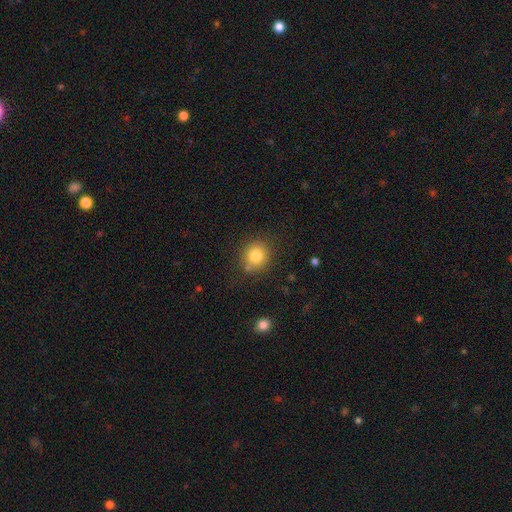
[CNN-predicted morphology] Q: Smooth or featured?
A: smooth (80%); runner-up: star or artifact (11%)
Q: How rounded?
A: round (88%); runner-up: in between (11%)
Q: Merging?
A: none (79%); runner-up: minor disturbance (11%)